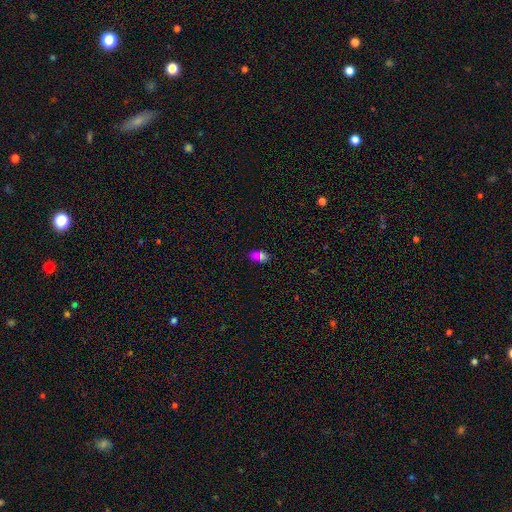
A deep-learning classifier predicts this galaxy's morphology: The model was most divided on "smooth or featured": smooth: 67%, star or artifact: 23%, featured or disk: 10%. More confident: how rounded — in between (85%); merging — none (71%).